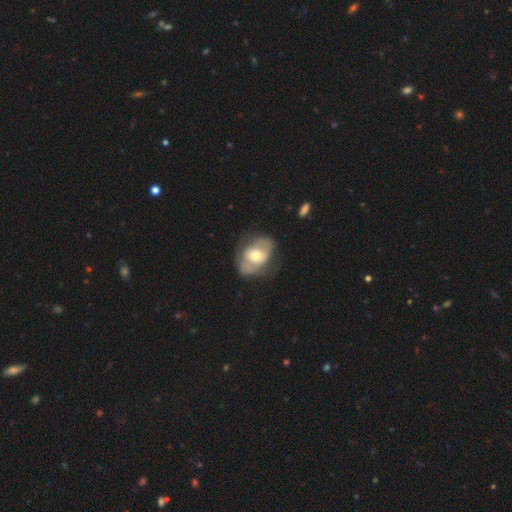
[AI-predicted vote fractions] Morphology: type=featured or disk (53%); edge-on=no (94%); bar=no (61%); spiral arms=yes (53%); bulge=moderate (67%); merging=none (59%).